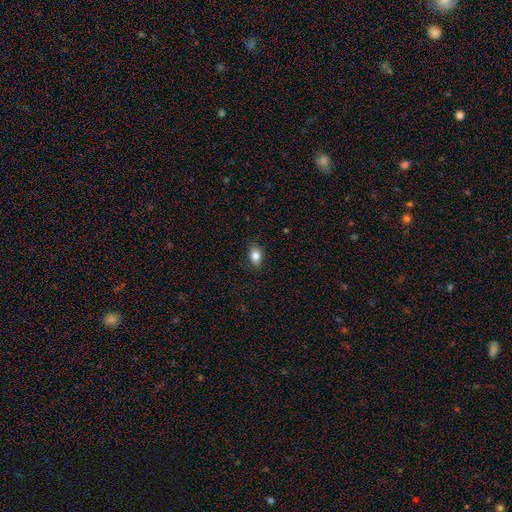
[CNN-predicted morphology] Smooth or featured? Predicted: smooth (p=0.83). How rounded? Predicted: in between (p=0.73). Merging? Predicted: none (p=0.83).